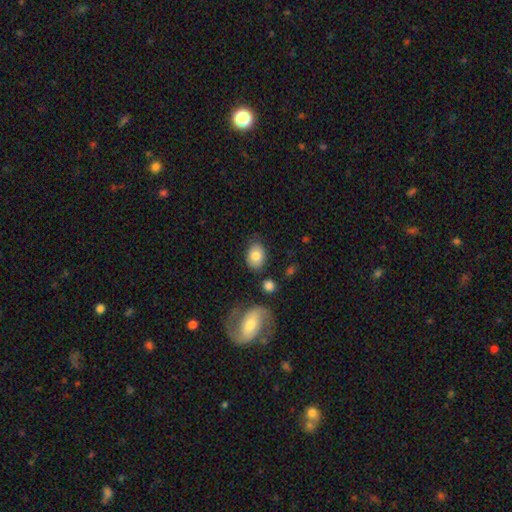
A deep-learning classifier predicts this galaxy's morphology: Smooth or featured? Predicted: smooth (p=0.80). How rounded? Predicted: in between (p=0.76). Merging? Predicted: none (p=0.77).